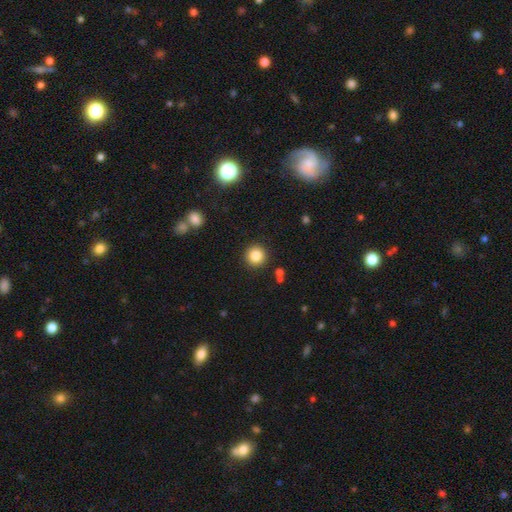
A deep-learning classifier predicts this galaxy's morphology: smooth_or_featured: smooth (p=0.84) [alt: star or artifact p=0.10]
how_rounded: round (p=0.95) [alt: in between p=0.04]
merging: none (p=0.91) [alt: minor disturbance p=0.05]